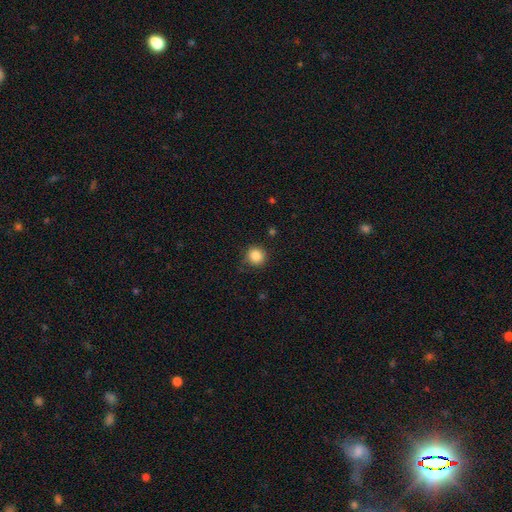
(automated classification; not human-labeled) smooth-or-featured: smooth: 85% | star or artifact: 11% | featured or disk: 4%
  how-rounded: round: 92% | in between: 7% | cigar-shaped: 1%
  merging: none: 84% | minor disturbance: 12% | major disturbance: 3% | merger: 1%